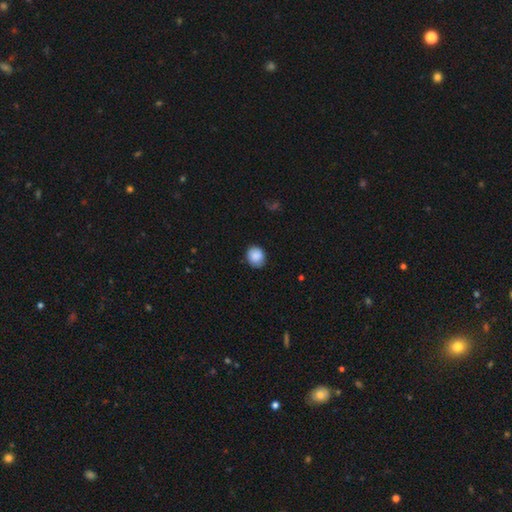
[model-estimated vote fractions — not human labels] Morphology: type=smooth (88%); roundness=round (74%); merging=none (81%).